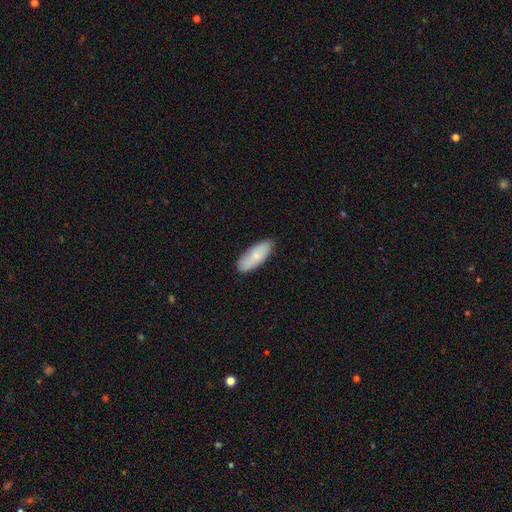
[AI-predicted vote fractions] Smooth or featured: smooth — 76% (featured or disk — 18%)
How rounded: in between — 75% (cigar-shaped — 23%)
Merging: none — 83% (minor disturbance — 14%)